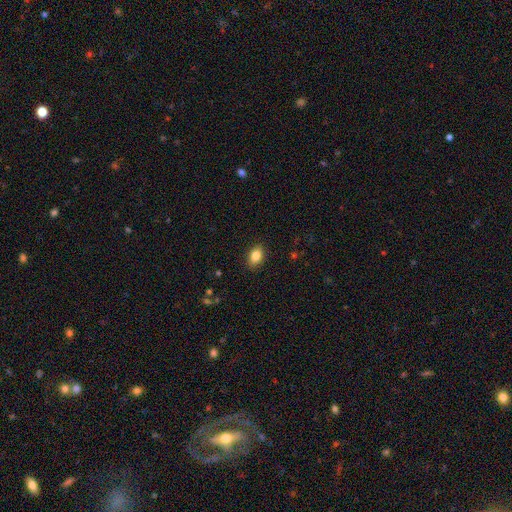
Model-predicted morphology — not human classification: Overall: smooth (85%). How rounded: in between (81%). Merging: none (88%).